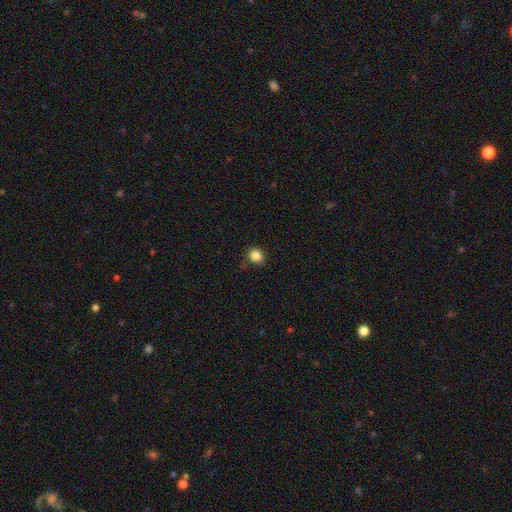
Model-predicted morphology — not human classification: smooth-or-featured: smooth: 85% | star or artifact: 11% | featured or disk: 4%
  how-rounded: round: 85% | in between: 14% | cigar-shaped: 1%
  merging: none: 83% | minor disturbance: 12% | major disturbance: 3% | merger: 2%